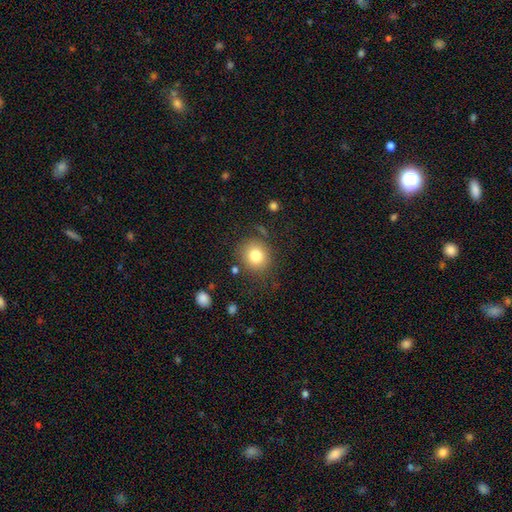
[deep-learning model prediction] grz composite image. It shows a smooth galaxy with no disk features (79%) that is round (83%). Merging: none (79%).